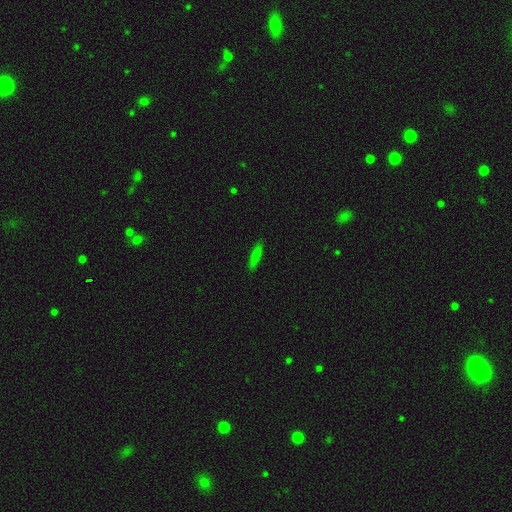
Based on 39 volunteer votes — smooth 79%, featured or disk 13%, star or artifact 8%. Down the decision tree: how rounded — cigar-shaped (87%); merging — none (72%).